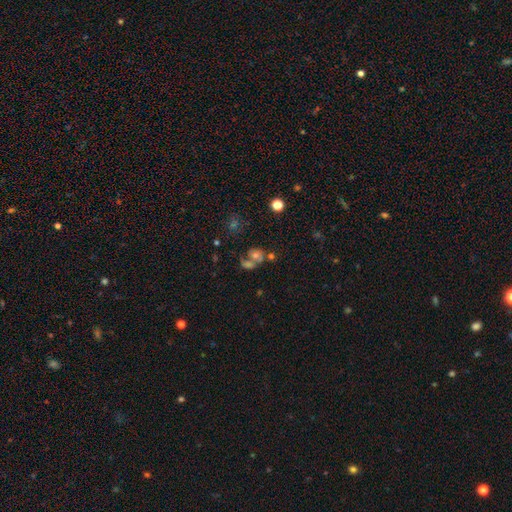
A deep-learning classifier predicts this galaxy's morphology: This appears to be a smooth galaxy with no disk features (50%) that is round (56%). Merging: merger (48%).